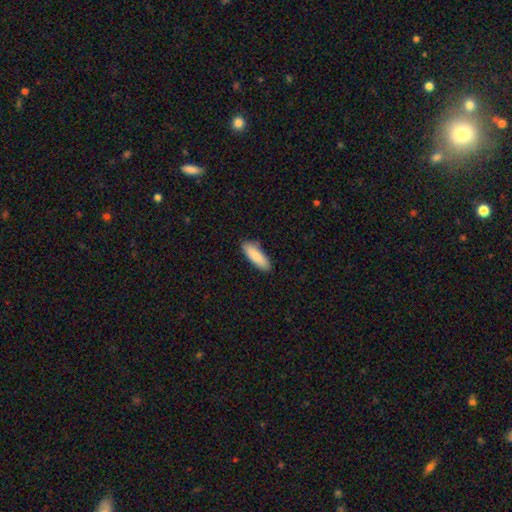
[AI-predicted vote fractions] Smooth or featured: smooth — 85% (featured or disk — 9%)
How rounded: in between — 58% (cigar-shaped — 41%)
Merging: none — 85% (minor disturbance — 12%)